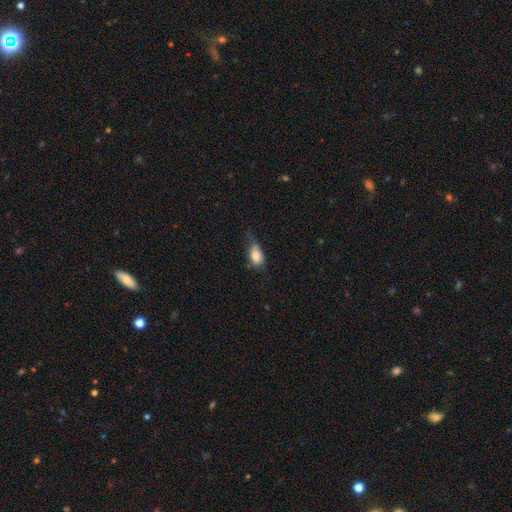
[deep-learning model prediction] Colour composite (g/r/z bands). It shows a smooth galaxy with no disk features (79%) that is in between round and cigar-shaped (88%). Merging: minor disturbance (39%).